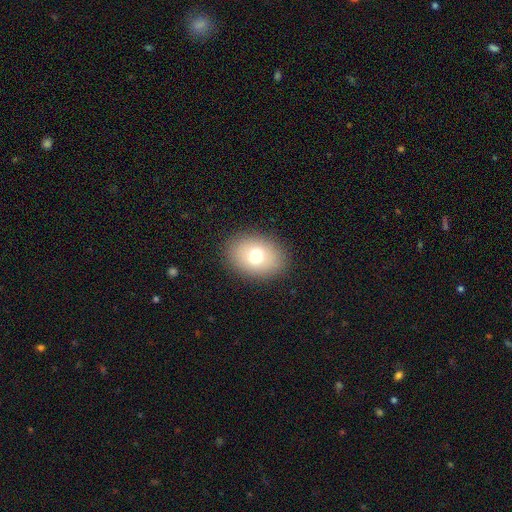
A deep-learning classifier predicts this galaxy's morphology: Overall: smooth (73%). How rounded: in between (70%). Merging: none (87%).